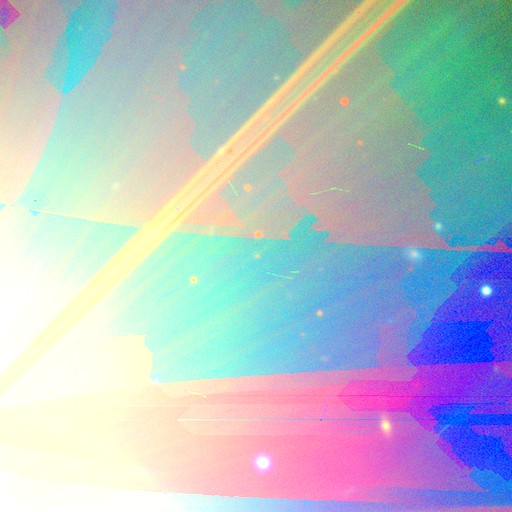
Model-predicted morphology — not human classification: type=star or artifact (87%).